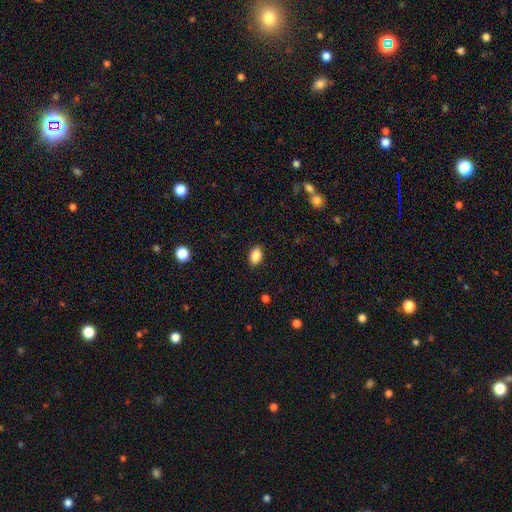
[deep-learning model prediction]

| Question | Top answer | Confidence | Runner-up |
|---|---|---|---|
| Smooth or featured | smooth | 87% | star or artifact (8%) |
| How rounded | in between | 85% | round (14%) |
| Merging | none | 88% | minor disturbance (9%) |